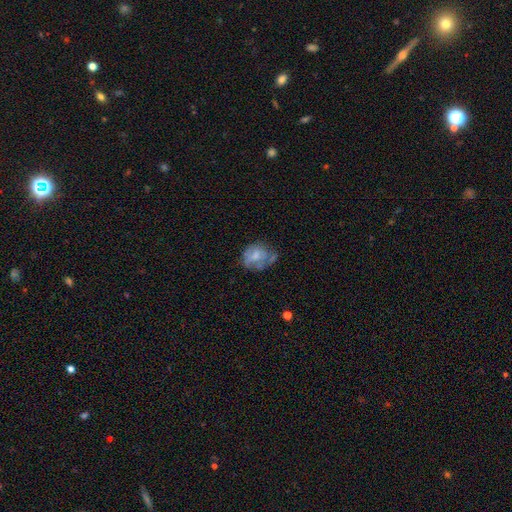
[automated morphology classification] A smooth galaxy with no disk features (52%) that is round (51%).

Vote fractions:
- Smooth or featured? smooth: 52% / featured or disk: 39% / star or artifact: 9%
- How rounded? round: 51% / in between: 48% / cigar-shaped: 1%
- Merging? none: 39% / minor disturbance: 32% / major disturbance: 23% / merger: 6%